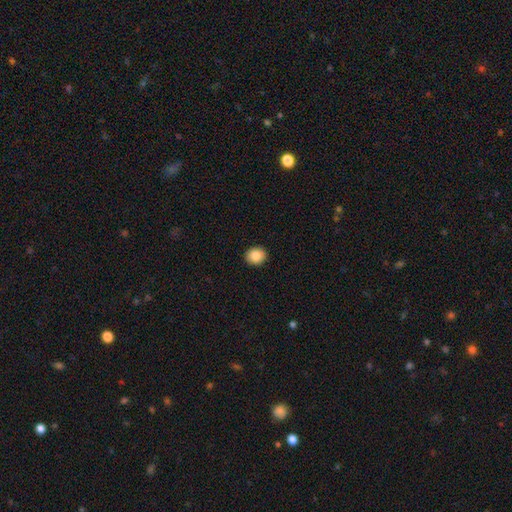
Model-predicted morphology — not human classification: type=smooth (88%); roundness=round (71%); merging=none (91%).